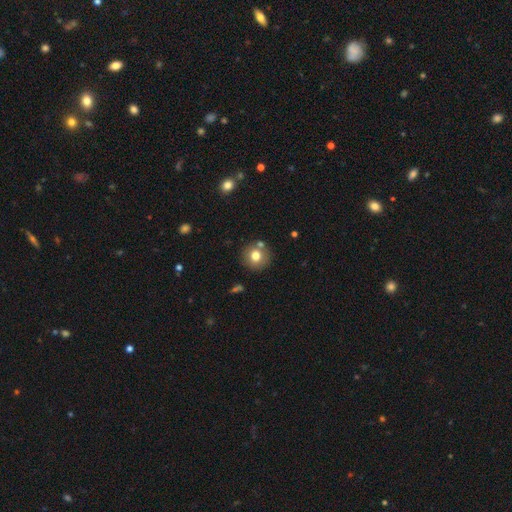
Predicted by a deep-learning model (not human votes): This is likely a smooth galaxy (74%). How rounded: clearly round (92%). Merging: likely none (77%).